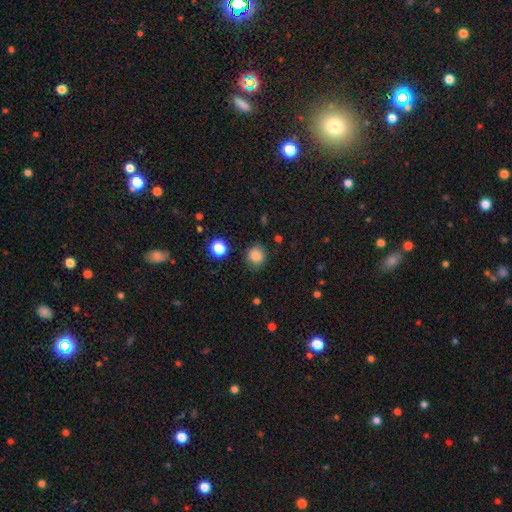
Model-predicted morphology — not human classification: smooth-or-featured: smooth: 83% | star or artifact: 11% | featured or disk: 6%
  how-rounded: round: 82% | in between: 17% | cigar-shaped: 1%
  merging: none: 81% | minor disturbance: 13% | major disturbance: 4% | merger: 2%